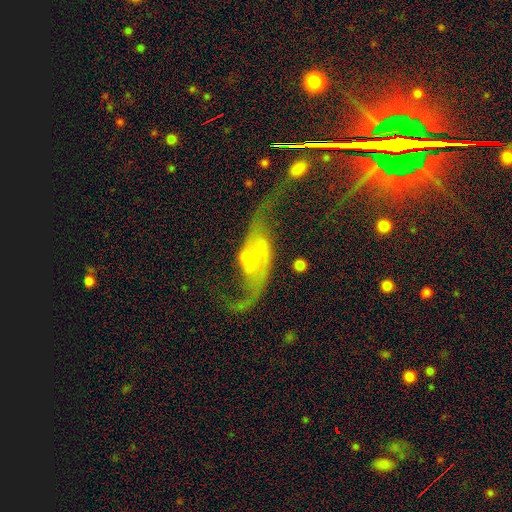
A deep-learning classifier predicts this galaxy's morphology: Q: Smooth or featured?
A: featured or disk (82%); runner-up: smooth (10%)
Q: Edge-on disk?
A: no (95%); runner-up: yes (5%)
Q: Bar?
A: no (50%); runner-up: weak (37%)
Q: Spiral arms?
A: yes (91%); runner-up: no (9%)
Q: Spiral winding?
A: loose (84%); runner-up: medium (12%)
Q: Spiral arm count?
A: 2 (90%); runner-up: 1 (4%)
Q: Bulge size?
A: small (55%); runner-up: moderate (31%)
Q: Merging?
A: none (38%); runner-up: merger (28%)